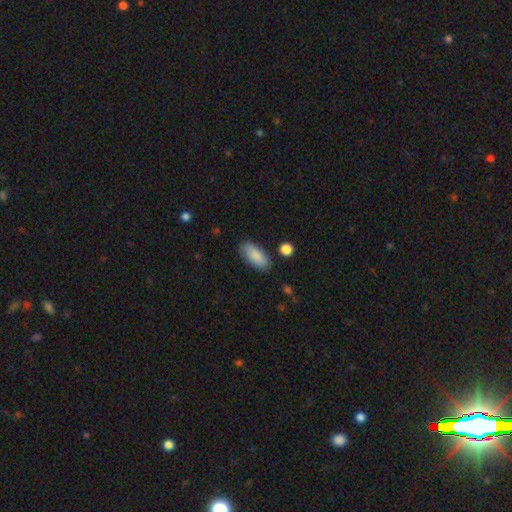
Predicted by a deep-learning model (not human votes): A smooth galaxy with no disk features (87%) that is in between round and cigar-shaped (88%).

Vote fractions:
- Smooth or featured? smooth: 87% / featured or disk: 7% / star or artifact: 6%
- How rounded? in between: 88% / cigar-shaped: 10% / round: 2%
- Merging? none: 82% / minor disturbance: 13% / major disturbance: 3% / merger: 3%